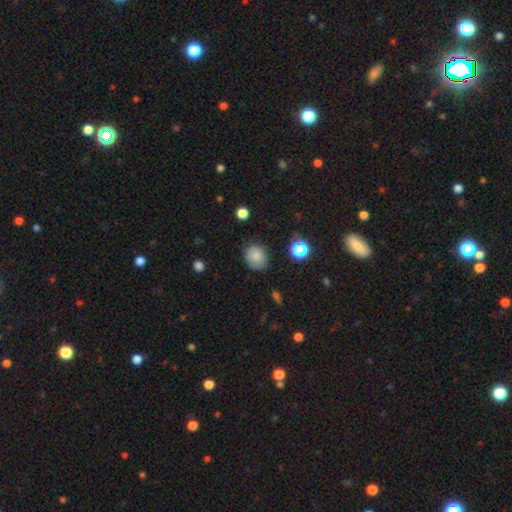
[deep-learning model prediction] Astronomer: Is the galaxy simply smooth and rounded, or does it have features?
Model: smooth — 82%.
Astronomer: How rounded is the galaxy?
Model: round — 58% (runner-up: in between, 41%).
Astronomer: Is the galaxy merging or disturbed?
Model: none — 74%.